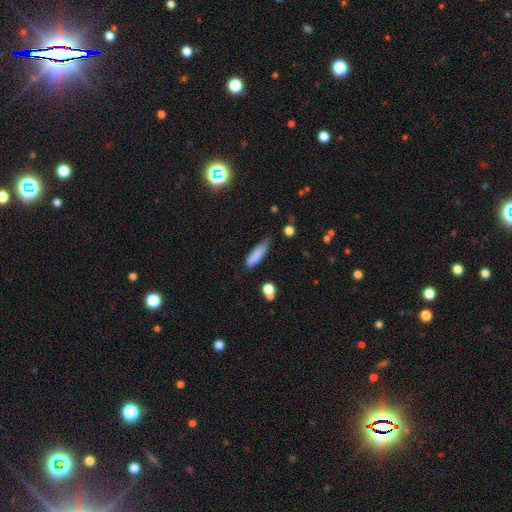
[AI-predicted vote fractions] A smooth galaxy with no disk features (82%) that is cigar-shaped (58%).

Vote fractions:
- Smooth or featured? smooth: 82% / featured or disk: 10% / star or artifact: 8%
- How rounded? cigar-shaped: 58% / in between: 40% / round: 2%
- Merging? none: 56% / minor disturbance: 34% / major disturbance: 7% / merger: 3%